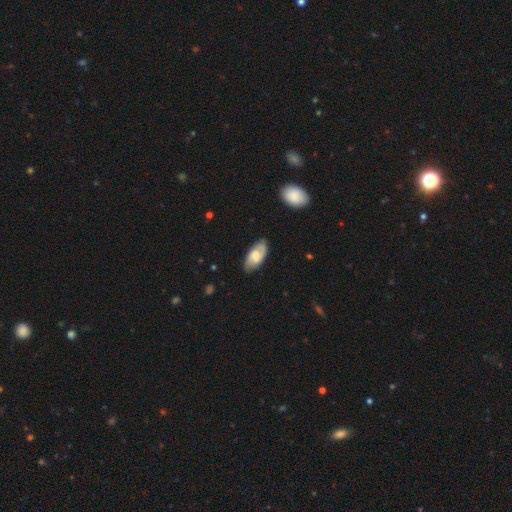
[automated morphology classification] This is possibly a featured or disk galaxy (53%). It is clearly not viewed edge-on (92%). Merging: clearly none (81%).